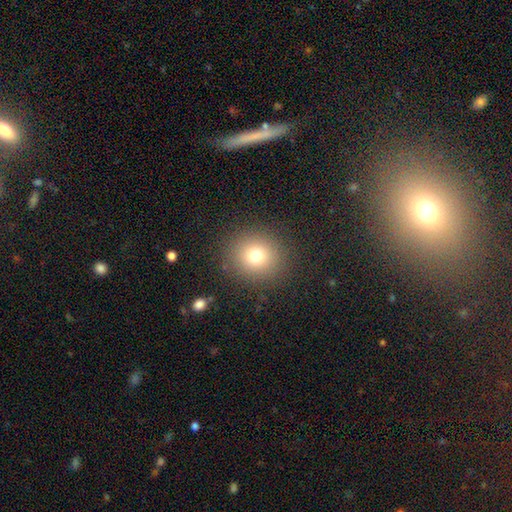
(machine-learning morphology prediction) smooth_or_featured: smooth (p=0.75) [alt: star or artifact p=0.15]
how_rounded: round (p=0.89) [alt: in between p=0.10]
merging: none (p=0.88) [alt: minor disturbance p=0.07]